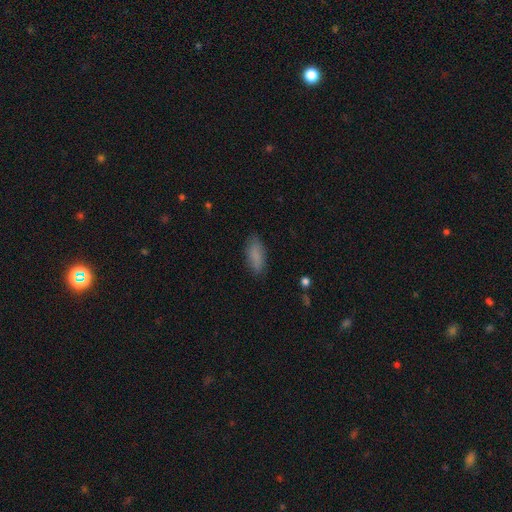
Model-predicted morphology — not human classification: The model was most divided on "how rounded": in between: 73%, cigar-shaped: 24%, round: 2%. More confident: smooth or featured — smooth (84%); merging — none (82%).